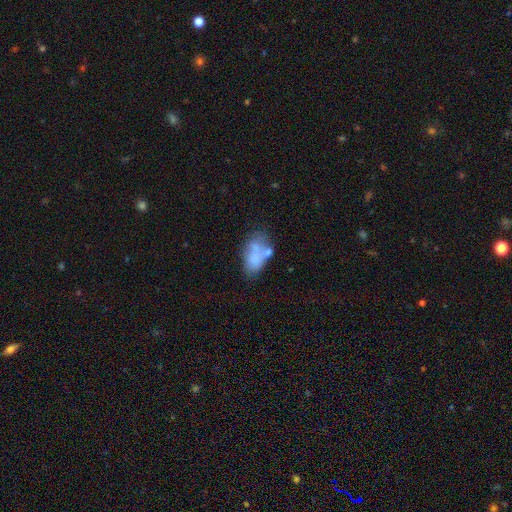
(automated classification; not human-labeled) Overall: smooth (55%; featured or disk 35%). How rounded: in between (91%). Merging: none (32%; merger 31%).